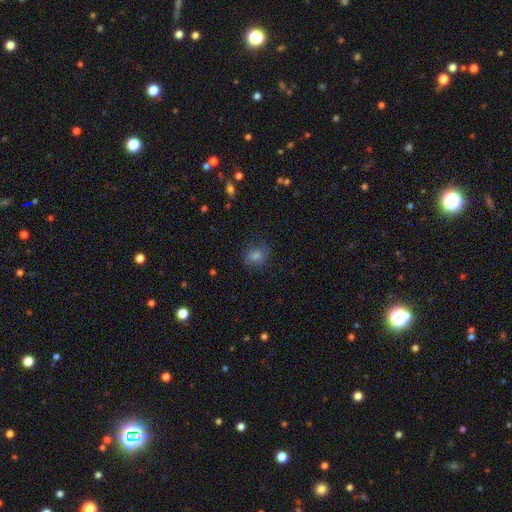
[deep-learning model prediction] The model was most divided on "how rounded": round: 62%, in between: 37%, cigar-shaped: 2%. More confident: merging — none (79%); smooth or featured — smooth (65%).